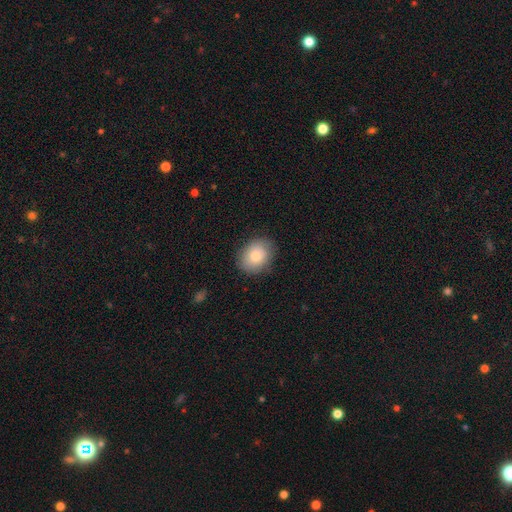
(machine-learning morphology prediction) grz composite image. It shows a smooth galaxy with no disk features (77%) that is in between round and cigar-shaped (51%). Merging: none (81%).